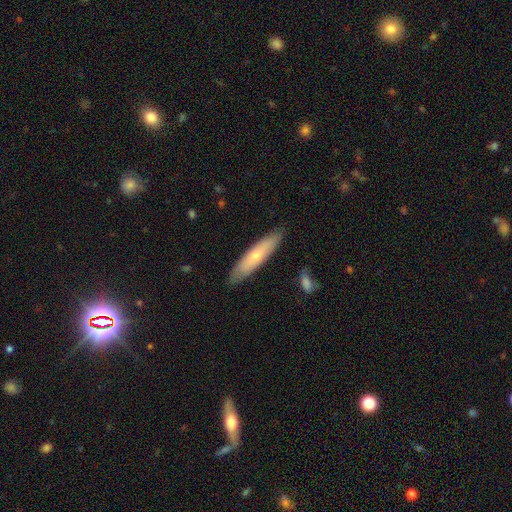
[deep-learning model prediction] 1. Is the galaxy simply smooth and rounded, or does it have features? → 59% smooth, 35% featured or disk, 6% star or artifact.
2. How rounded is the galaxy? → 78% cigar-shaped, 20% in between, 2% round.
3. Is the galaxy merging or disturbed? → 86% none, 10% minor disturbance, 2% major disturbance, 2% merger.